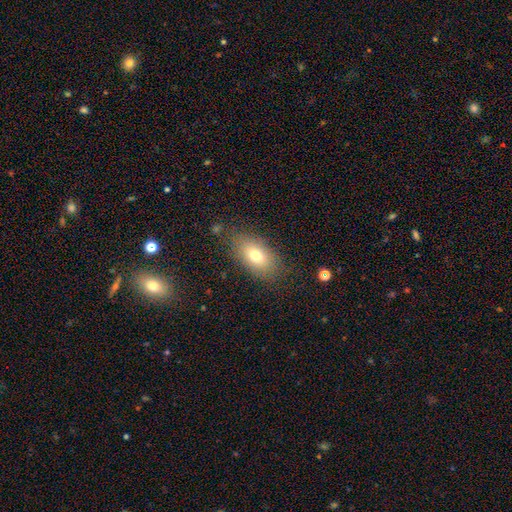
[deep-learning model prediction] The model was most divided on "smooth or featured": smooth: 74%, featured or disk: 17%, star or artifact: 10%. More confident: how rounded — in between (88%); merging — none (81%).